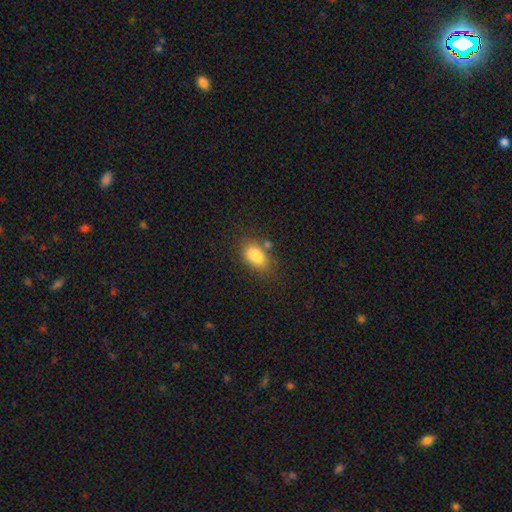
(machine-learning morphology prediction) smooth-or-featured: smooth: 84% | star or artifact: 9% | featured or disk: 7%
  how-rounded: in between: 87% | round: 10% | cigar-shaped: 3%
  merging: none: 65% | minor disturbance: 19% | merger: 10% | major disturbance: 6%